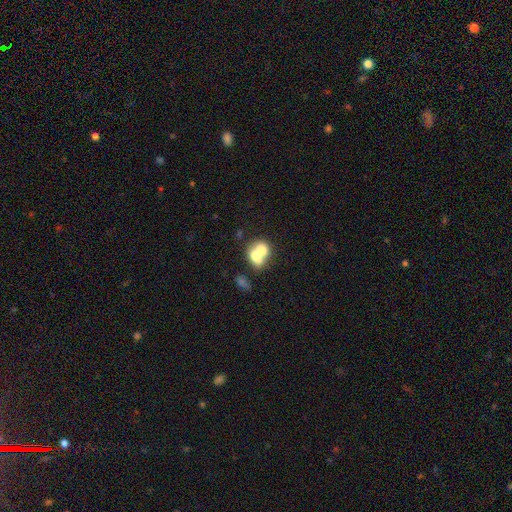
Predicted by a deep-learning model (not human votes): Smooth or featured: smooth — 65% (featured or disk — 26%)
How rounded: in between — 55% (round — 43%)
Merging: merger — 69% (none — 20%)